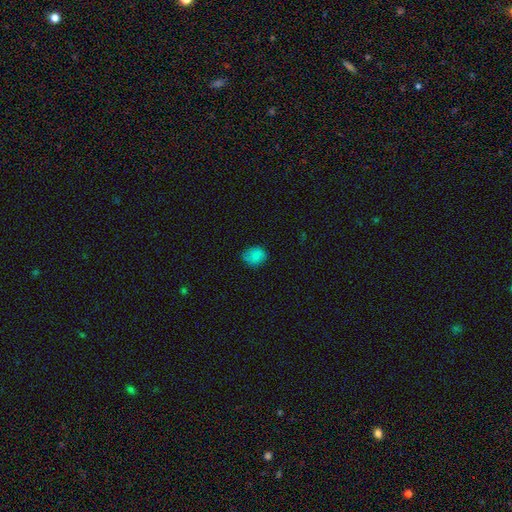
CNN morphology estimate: A smooth galaxy with no disk features (82%) that is round (63%). Merging: none (74%).